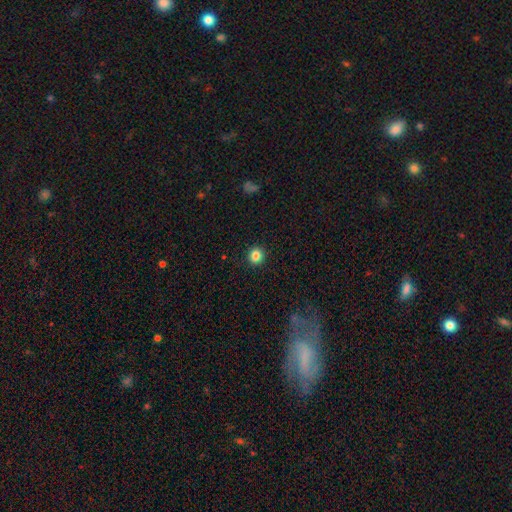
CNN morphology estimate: Smooth or featured? Predicted: smooth (p=0.84). How rounded? Predicted: round (p=0.89). Merging? Predicted: none (p=0.92).